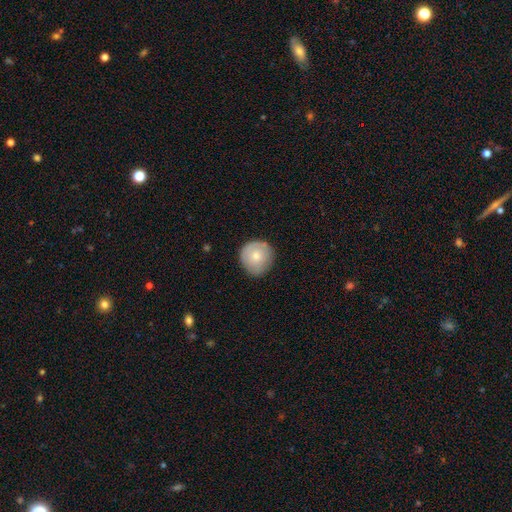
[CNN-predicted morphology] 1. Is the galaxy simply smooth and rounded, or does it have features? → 71% smooth, 22% featured or disk, 6% star or artifact.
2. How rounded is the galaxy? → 92% round, 7% in between, 1% cigar-shaped.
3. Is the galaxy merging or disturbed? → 80% none, 16% minor disturbance, 3% major disturbance, 1% merger.